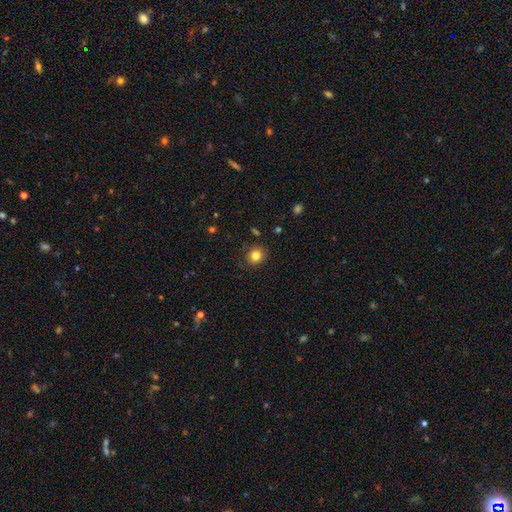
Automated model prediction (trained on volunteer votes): A smooth galaxy with no disk features (81%) that is round (85%). Merging: none (87%).